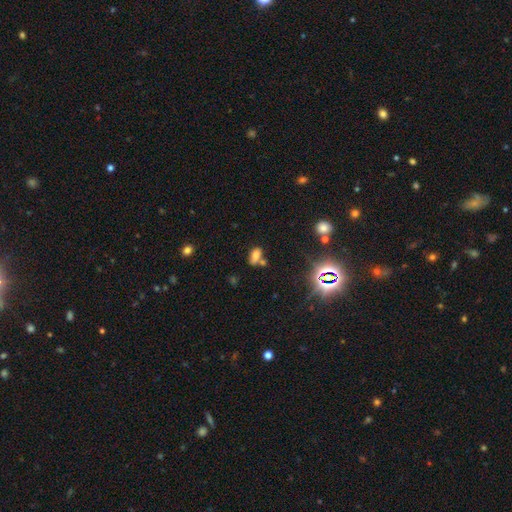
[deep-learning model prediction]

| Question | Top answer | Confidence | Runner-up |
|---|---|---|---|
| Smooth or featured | smooth | 69% | star or artifact (20%) |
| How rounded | in between | 86% | round (9%) |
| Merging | none | 50% | merger (30%) |